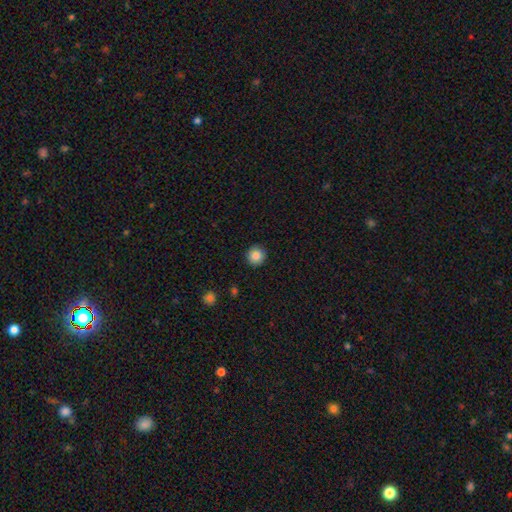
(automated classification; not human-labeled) Overall: smooth (85%). How rounded: round (94%). Merging: none (91%).